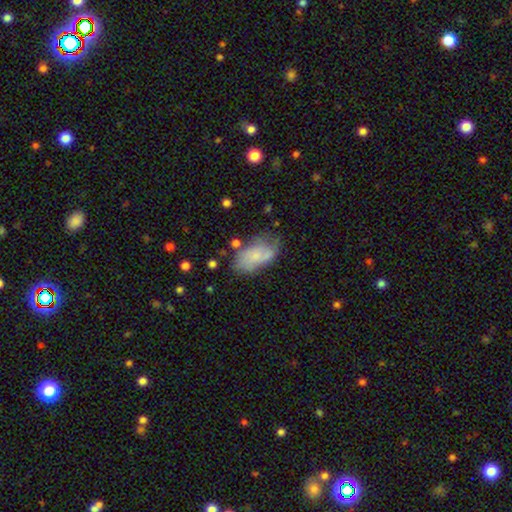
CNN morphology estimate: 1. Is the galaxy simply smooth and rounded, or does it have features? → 66% smooth, 27% featured or disk, 7% star or artifact.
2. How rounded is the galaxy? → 93% in between, 4% round, 3% cigar-shaped.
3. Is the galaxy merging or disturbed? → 49% none, 30% minor disturbance, 13% major disturbance, 7% merger.